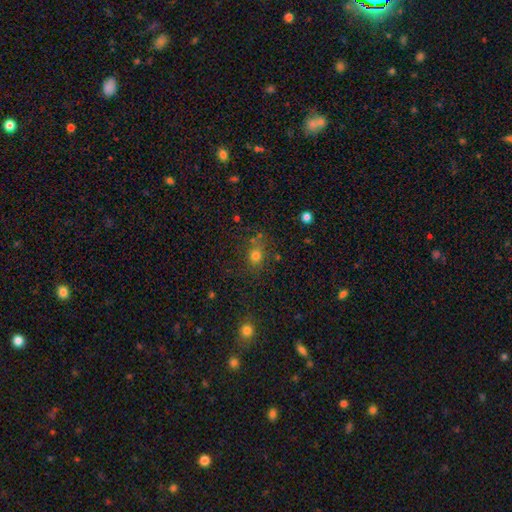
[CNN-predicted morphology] smooth 72%, star or artifact 19%, featured or disk 8%. Down the decision tree: how rounded — round (74%); merging — none (71%).